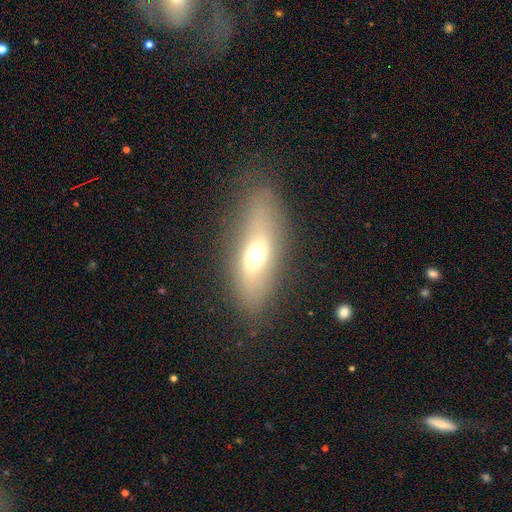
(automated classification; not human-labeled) Smooth or featured: smooth — 55% (featured or disk — 34%)
How rounded: in between — 65% (cigar-shaped — 28%)
Merging: none — 78% (minor disturbance — 13%)